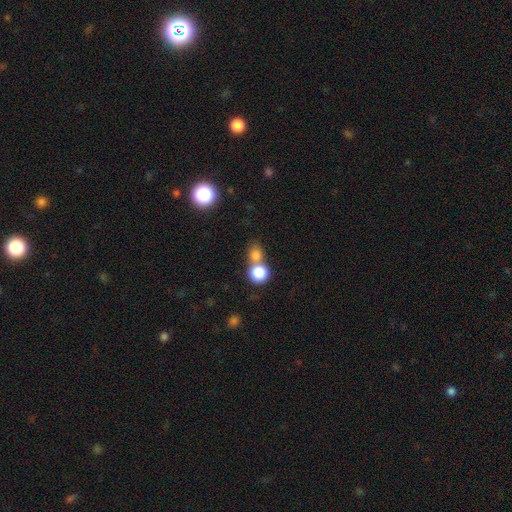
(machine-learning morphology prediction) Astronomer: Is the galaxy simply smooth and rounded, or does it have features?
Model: smooth — 79%.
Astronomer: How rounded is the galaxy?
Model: round — 78%.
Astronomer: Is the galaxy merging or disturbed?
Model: merger — 48% (runner-up: none, 42%).